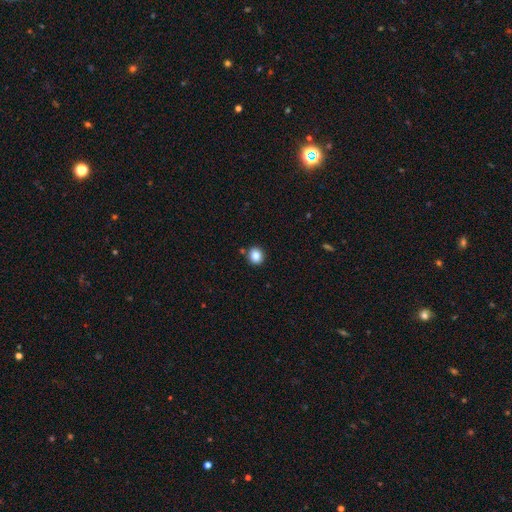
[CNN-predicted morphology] smooth 86%, star or artifact 10%, featured or disk 5%. Down the decision tree: how rounded — round (78%); merging — none (85%).